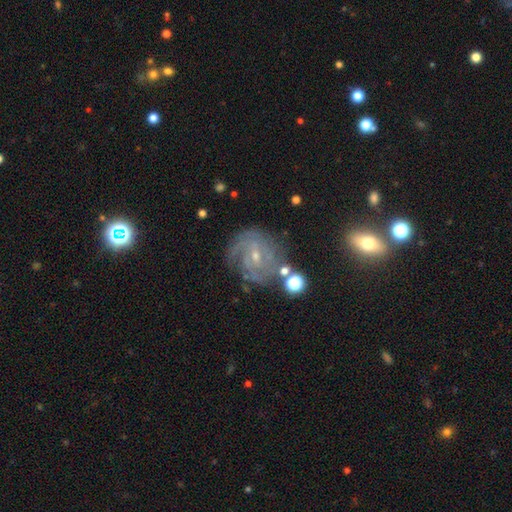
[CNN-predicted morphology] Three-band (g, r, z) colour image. It shows a featured or disk galaxy (82%) with a weak bar (45%), tight (65%) spiral arms (95%) and a small central bulge (69%). Merging: none (68%).